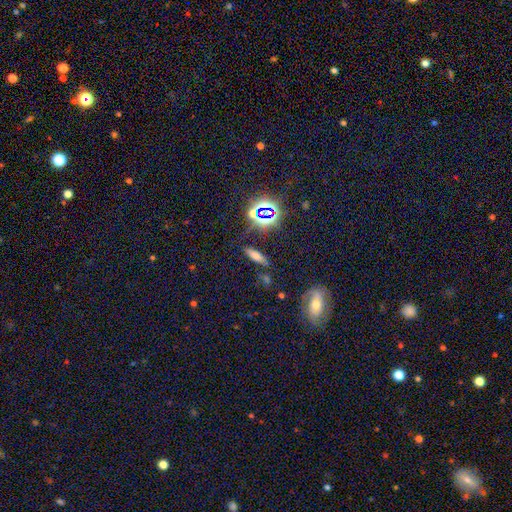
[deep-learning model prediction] smooth_or_featured: smooth (p=0.52) [alt: star or artifact p=0.25]
how_rounded: cigar-shaped (p=0.61) [alt: in between p=0.34]
merging: none (p=0.78) [alt: minor disturbance p=0.12]